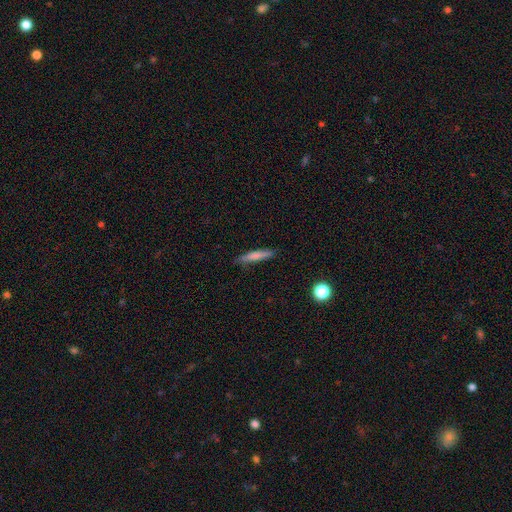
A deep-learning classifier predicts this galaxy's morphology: Smooth or featured: smooth — 72% (featured or disk — 21%)
How rounded: cigar-shaped — 91% (in between — 7%)
Merging: none — 83% (minor disturbance — 13%)